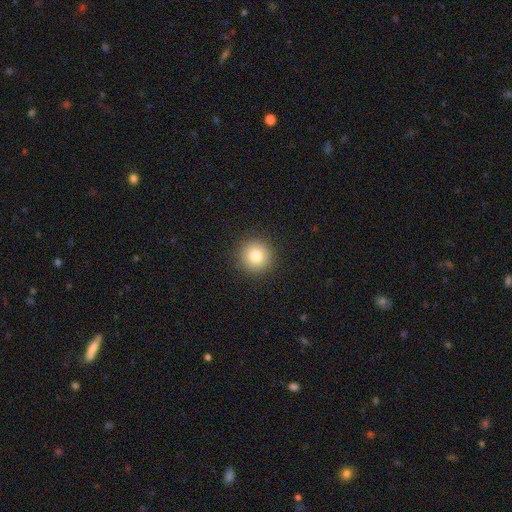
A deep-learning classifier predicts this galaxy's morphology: smooth_or_featured: smooth (p=0.80) [alt: star or artifact p=0.11]
how_rounded: round (p=0.95) [alt: in between p=0.04]
merging: none (p=0.92) [alt: minor disturbance p=0.05]